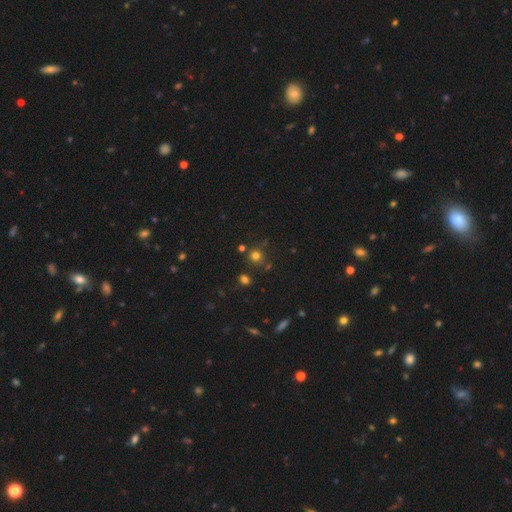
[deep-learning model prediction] This is likely a smooth galaxy (70%). How rounded: clearly round (90%). Merging: likely none (76%).